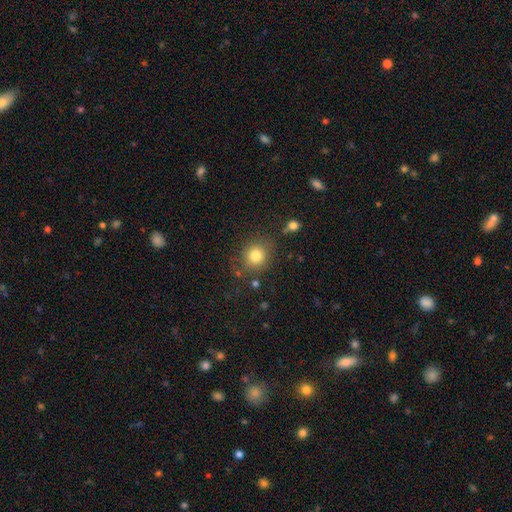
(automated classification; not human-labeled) Smooth or featured: smooth — 81% (star or artifact — 11%)
How rounded: round — 82% (in between — 17%)
Merging: none — 78% (minor disturbance — 13%)